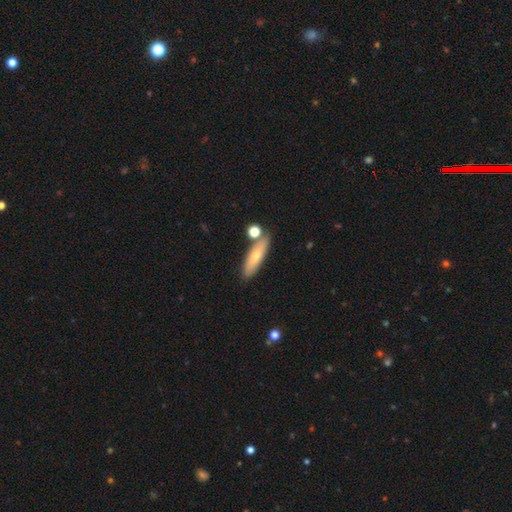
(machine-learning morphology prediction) A smooth galaxy with no disk features (68%) that is cigar-shaped (56%).

Vote fractions:
- Smooth or featured? smooth: 68% / featured or disk: 25% / star or artifact: 7%
- How rounded? cigar-shaped: 56% / in between: 41% / round: 3%
- Merging? none: 73% / minor disturbance: 13% / merger: 11% / major disturbance: 3%